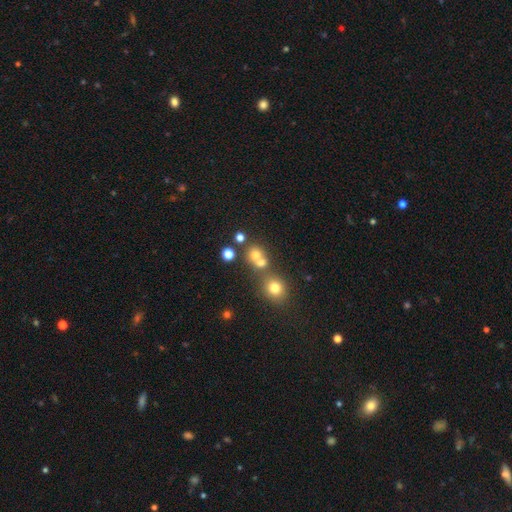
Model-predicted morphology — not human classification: A smooth galaxy with no disk features (65%) that is round (83%).

Vote fractions:
- Smooth or featured? smooth: 65% / star or artifact: 22% / featured or disk: 12%
- How rounded? round: 83% / in between: 16% / cigar-shaped: 1%
- Merging? none: 48% / merger: 41% / minor disturbance: 7% / major disturbance: 4%